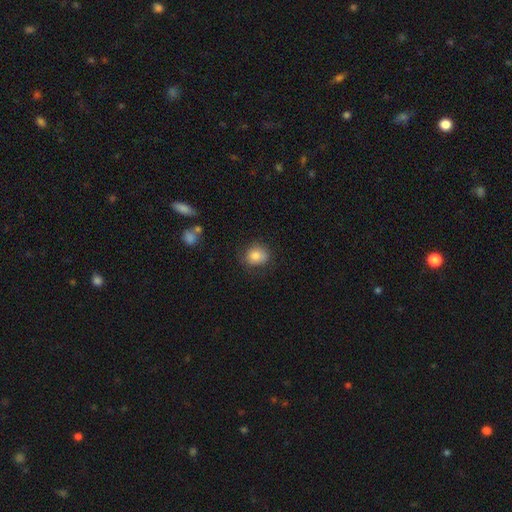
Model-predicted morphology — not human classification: A smooth galaxy with no disk features (82%) that is round (68%). Merging: none (73%).